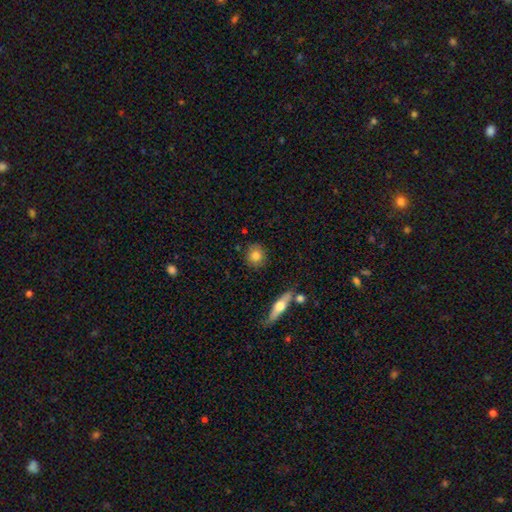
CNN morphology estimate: Smooth or featured? Predicted: smooth (p=0.78). How rounded? Predicted: round (p=0.84). Merging? Predicted: none (p=0.87).